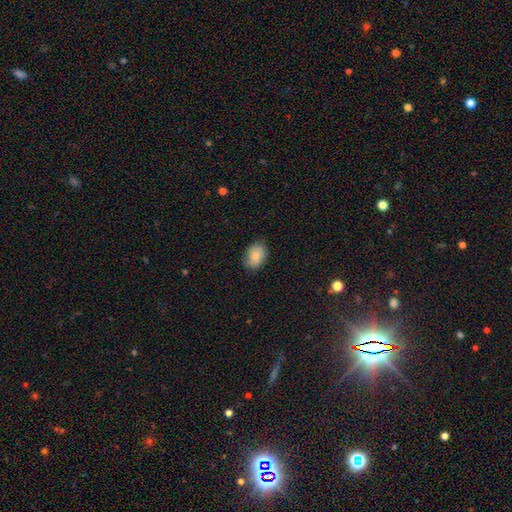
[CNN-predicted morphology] type=smooth (85%); roundness=in between (79%); merging=none (79%).